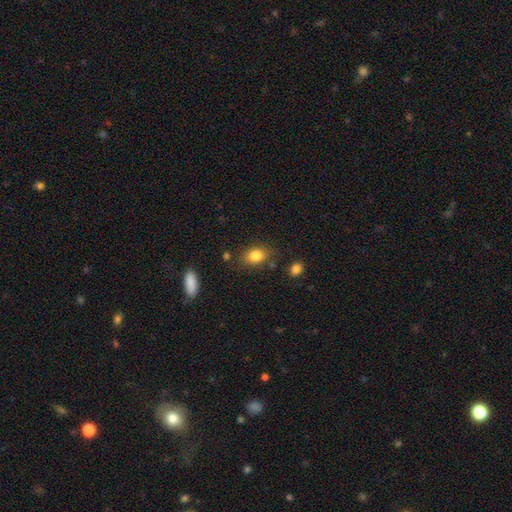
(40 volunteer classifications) Q: Smooth or featured?
A: smooth (82%); runner-up: star or artifact (12%)
Q: How rounded?
A: in between (64%); runner-up: round (36%)
Q: Merging?
A: none (83%); runner-up: minor disturbance (9%)